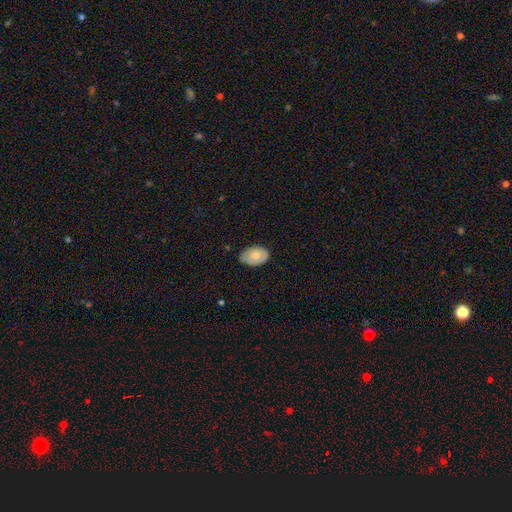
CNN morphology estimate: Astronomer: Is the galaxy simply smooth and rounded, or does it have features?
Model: smooth — 76%.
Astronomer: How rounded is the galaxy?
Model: in between — 89%.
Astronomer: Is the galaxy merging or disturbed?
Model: none — 60%.